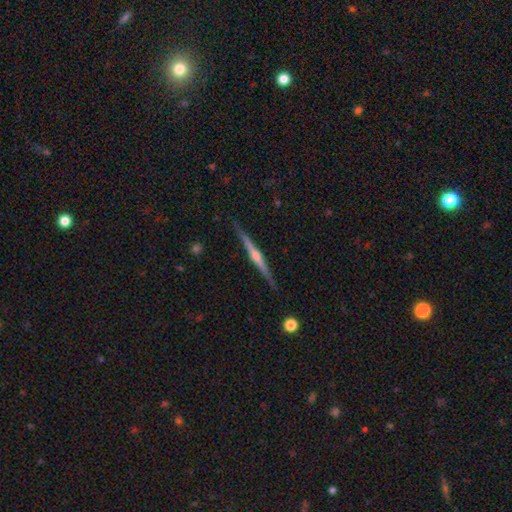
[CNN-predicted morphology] type=featured or disk (82%); edge-on=yes (98%); edge-on bulge=rounded (88%); merging=none (90%).